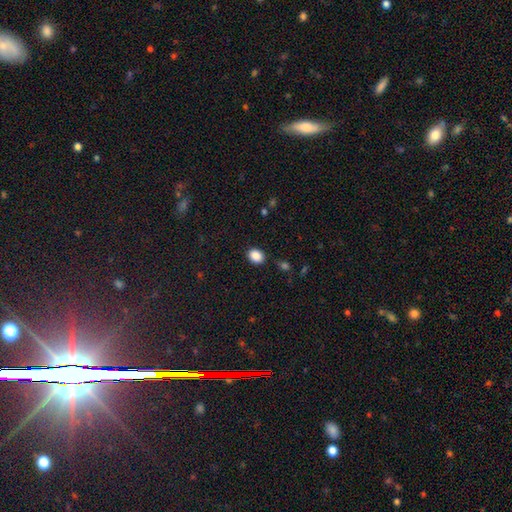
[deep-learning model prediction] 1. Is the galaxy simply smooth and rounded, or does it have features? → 88% smooth, 9% star or artifact, 3% featured or disk.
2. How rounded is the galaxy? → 62% in between, 37% round, 1% cigar-shaped.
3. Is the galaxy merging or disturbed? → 86% none, 10% minor disturbance, 3% major disturbance, 2% merger.